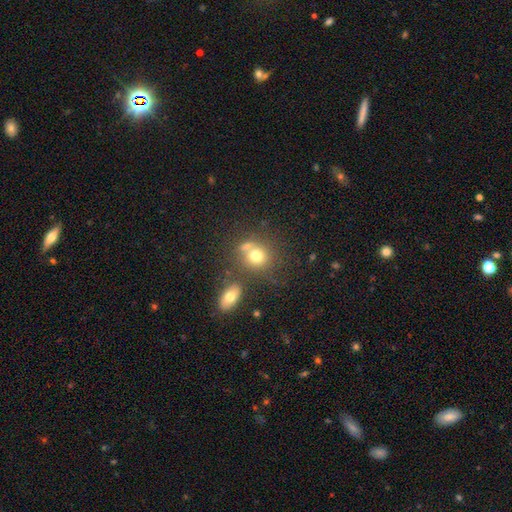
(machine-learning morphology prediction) Overall: smooth (73%). How rounded: round (73%). Merging: none (53%; merger 30%).